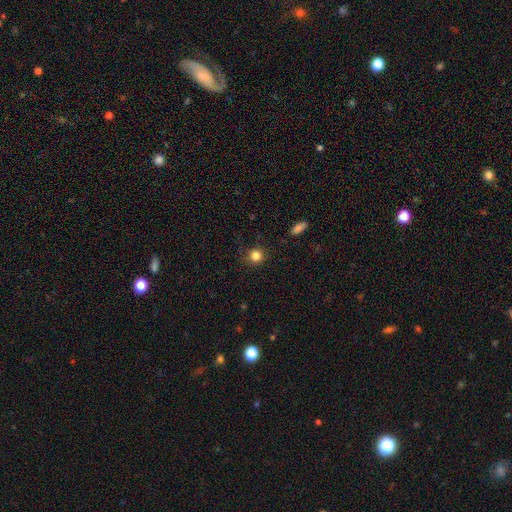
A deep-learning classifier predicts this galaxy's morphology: type=smooth (84%); roundness=round (89%); merging=none (83%).